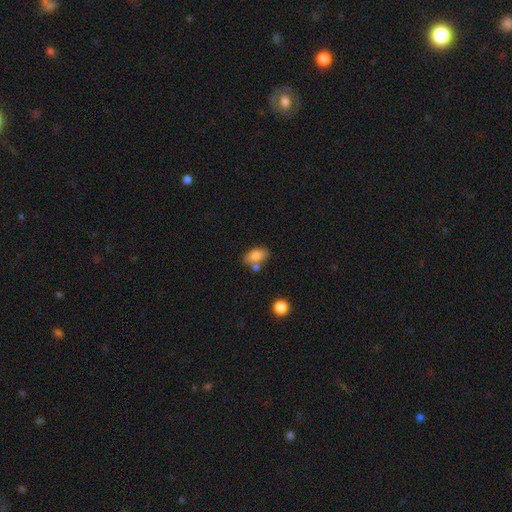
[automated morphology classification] Smooth or featured? smooth (81%)
How rounded? in between (90%)
Merging? none (63%)